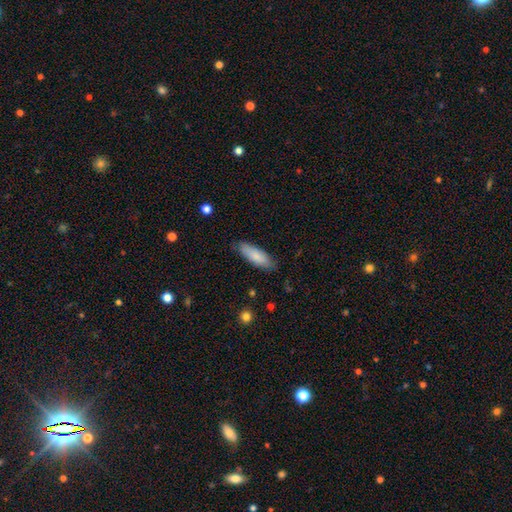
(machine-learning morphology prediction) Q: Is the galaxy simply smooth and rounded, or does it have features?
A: smooth — 83%.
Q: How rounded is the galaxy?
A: in between — 59%.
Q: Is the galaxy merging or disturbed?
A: none — 81%.